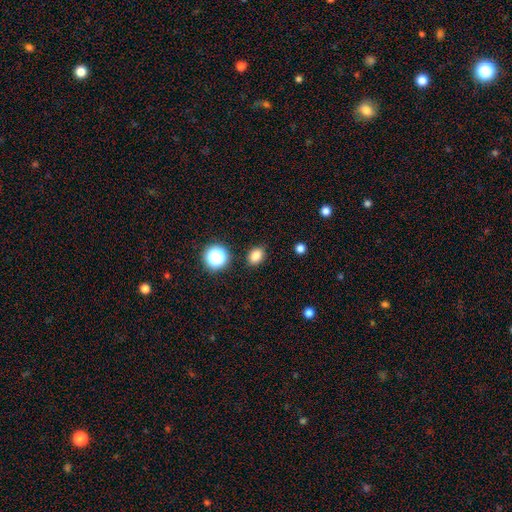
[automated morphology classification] Smooth or featured: smooth — 81% (star or artifact — 14%)
How rounded: in between — 57% (round — 42%)
Merging: none — 87% (minor disturbance — 9%)